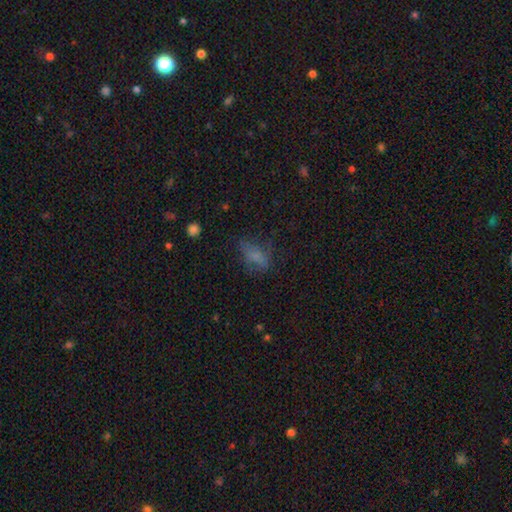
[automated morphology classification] smooth_or_featured: smooth (p=0.64) [alt: featured or disk p=0.19]
how_rounded: in between (p=0.78) [alt: cigar-shaped p=0.13]
merging: none (p=0.51) [alt: minor disturbance p=0.25]